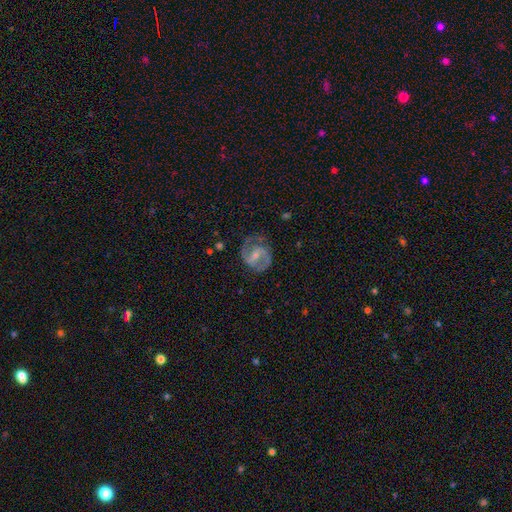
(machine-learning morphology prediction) This appears to be a featured or disk galaxy (83%) with a weak bar (50%), 2 (89%) medium (58%) spiral arms (94%) and a small central bulge (55%). Merging: none (72%).